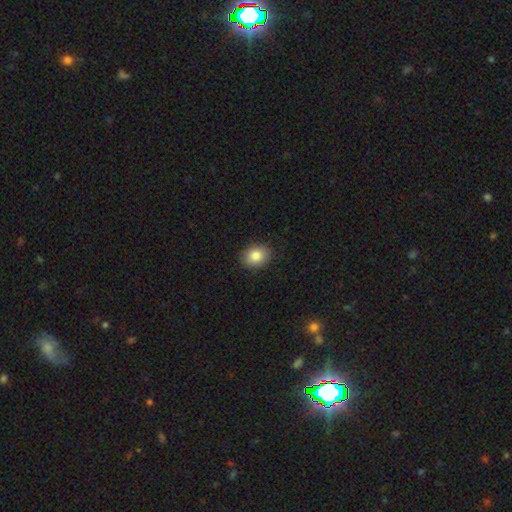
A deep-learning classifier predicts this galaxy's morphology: A smooth galaxy with no disk features (85%) that is in between round and cigar-shaped (56%). Merging: none (88%).